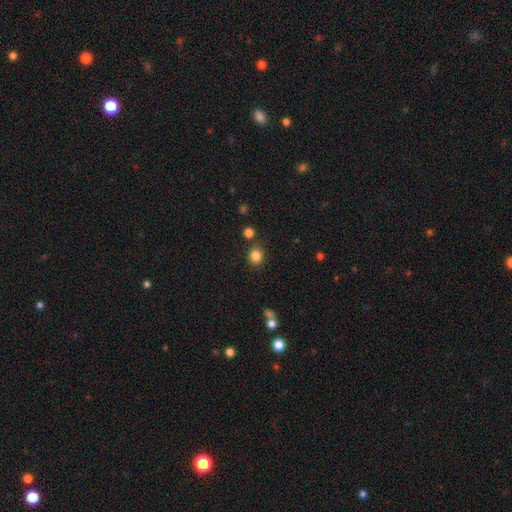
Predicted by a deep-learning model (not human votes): Q: Smooth or featured?
A: smooth (83%); runner-up: star or artifact (12%)
Q: How rounded?
A: round (81%); runner-up: in between (19%)
Q: Merging?
A: none (84%); runner-up: minor disturbance (8%)